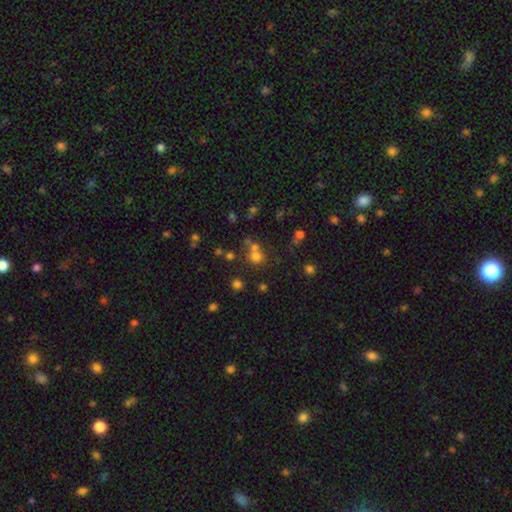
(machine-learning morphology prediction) smooth-or-featured: smooth: 62% | star or artifact: 27% | featured or disk: 12%
  how-rounded: round: 87% | in between: 12% | cigar-shaped: 1%
  merging: none: 56% | merger: 32% | minor disturbance: 8% | major disturbance: 4%